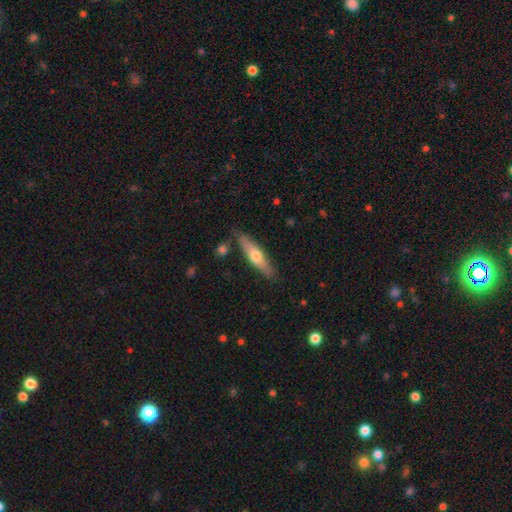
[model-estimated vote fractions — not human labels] smooth-or-featured: smooth: 52% | featured or disk: 43% | star or artifact: 6%
  how-rounded: cigar-shaped: 72% | in between: 26% | round: 2%
  merging: none: 81% | minor disturbance: 13% | merger: 3% | major disturbance: 3%